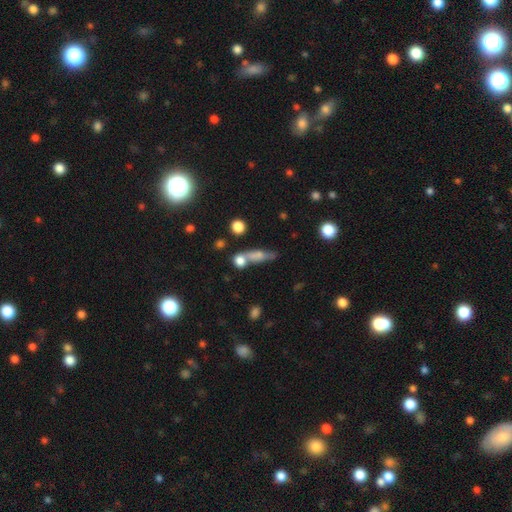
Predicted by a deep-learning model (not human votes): Smooth or featured? Predicted: smooth (p=0.63). How rounded? Predicted: cigar-shaped (p=0.51). Merging? Predicted: none (p=0.49).